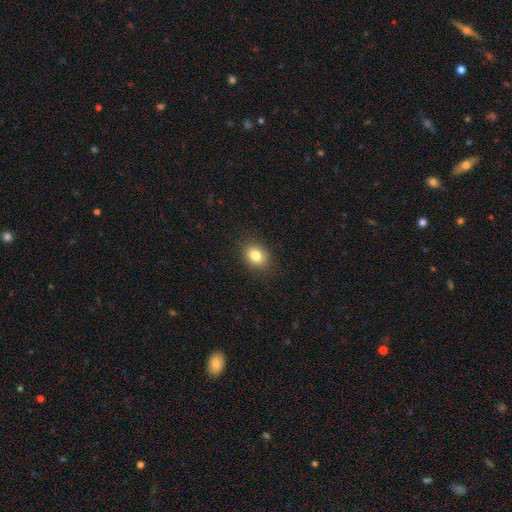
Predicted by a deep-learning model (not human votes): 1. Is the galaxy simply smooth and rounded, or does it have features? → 82% smooth, 10% star or artifact, 7% featured or disk.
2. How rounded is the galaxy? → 55% in between, 44% round, 1% cigar-shaped.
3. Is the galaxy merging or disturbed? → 89% none, 8% minor disturbance, 2% major disturbance, 1% merger.